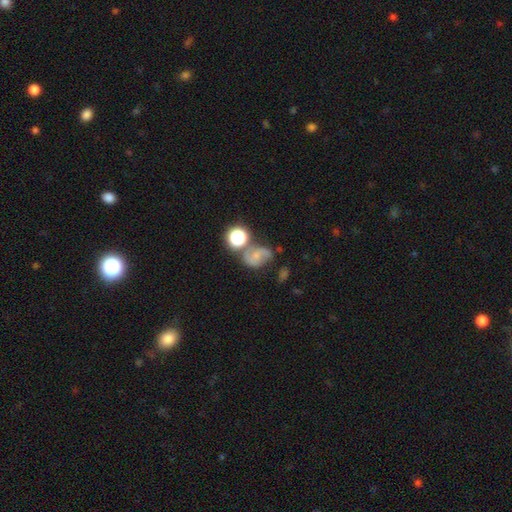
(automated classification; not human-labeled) The model was most divided on "smooth or featured": featured or disk: 47%, smooth: 37%, star or artifact: 16%. Remaining: merging — none (45%).